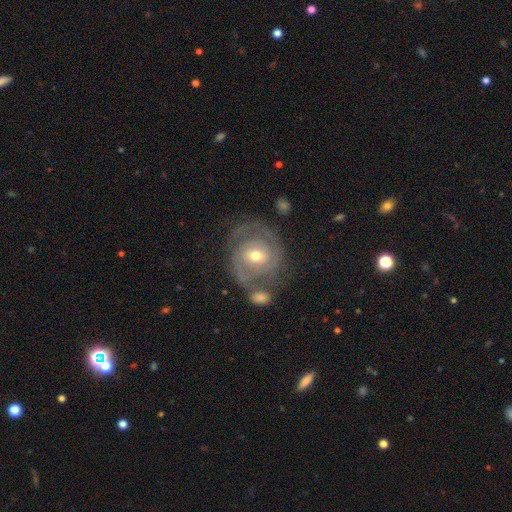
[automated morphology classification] Smooth or featured: featured or disk — 81% (smooth — 13%)
Edge-on disk: no — 97% (yes — 3%)
Bar: no — 52% (weak — 37%)
Spiral arms: yes — 91% (no — 9%)
Spiral winding: tight — 65% (medium — 27%)
Spiral arm count: 2 — 55% (can't tell — 22%)
Bulge size: moderate — 65% (small — 30%)
Merging: none — 60% (minor disturbance — 18%)